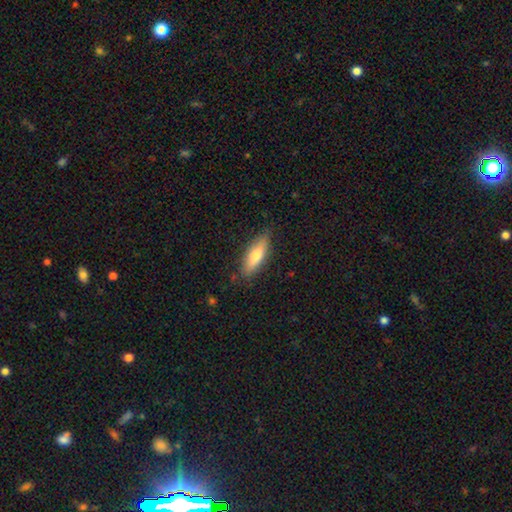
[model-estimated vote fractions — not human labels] smooth-or-featured: smooth: 70% | featured or disk: 24% | star or artifact: 6%
  how-rounded: in between: 51% | cigar-shaped: 47% | round: 2%
  merging: none: 82% | minor disturbance: 14% | major disturbance: 3% | merger: 1%